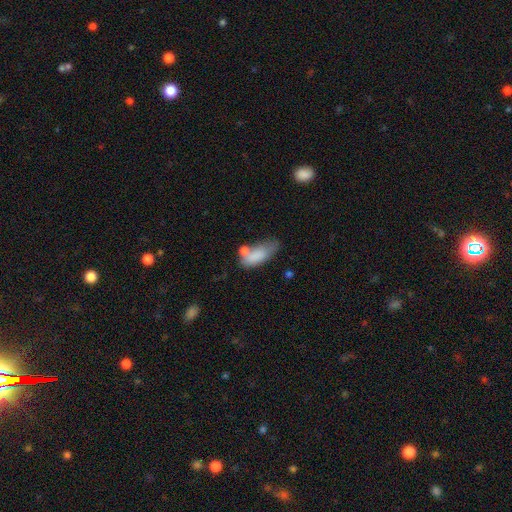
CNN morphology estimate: The model was most divided on "merging": none: 33%, minor disturbance: 27%, merger: 22%, major disturbance: 18%. More confident: how rounded — in between (80%); smooth or featured — smooth (78%).